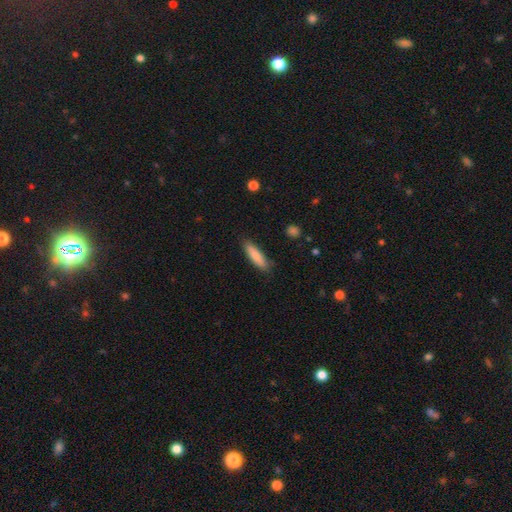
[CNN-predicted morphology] Smooth or featured? Predicted: smooth (p=0.84). How rounded? Predicted: cigar-shaped (p=0.72). Merging? Predicted: none (p=0.86).